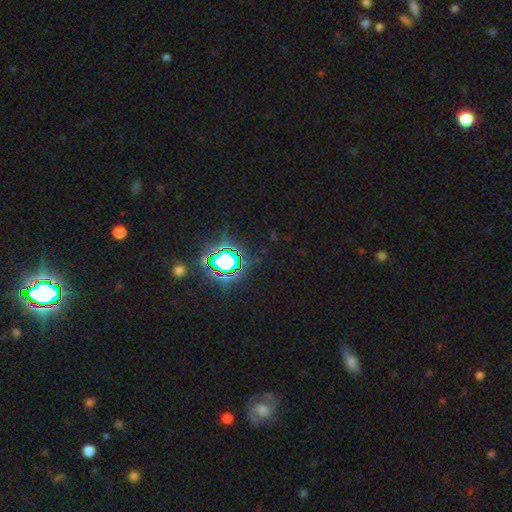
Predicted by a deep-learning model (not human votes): This appears to be a star or artifact, not a galaxy (79%).